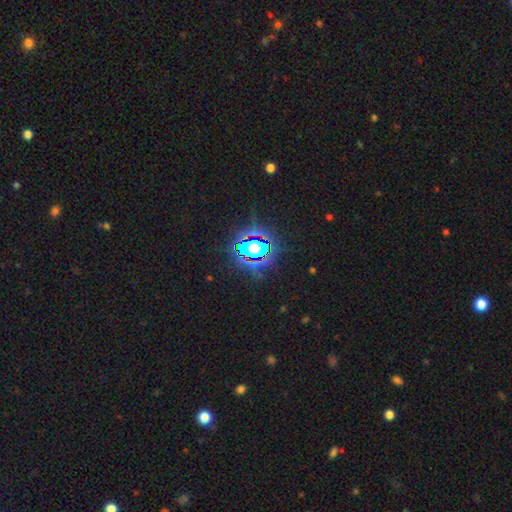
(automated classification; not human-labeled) Smooth or featured?
  - star or artifact: 82% *
  - smooth: 11%
  - featured or disk: 7%